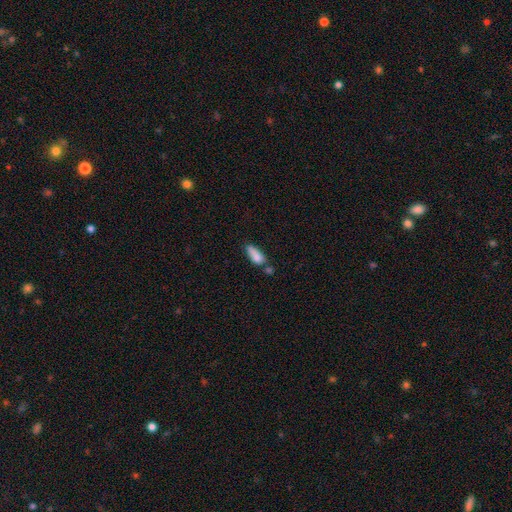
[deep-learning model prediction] Smooth or featured? Predicted: smooth (p=0.81). How rounded? Predicted: in between (p=0.66). Merging? Predicted: none (p=0.44).